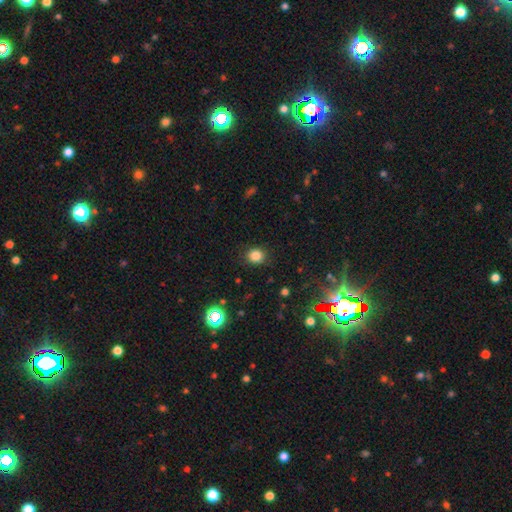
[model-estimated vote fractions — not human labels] smooth_or_featured: smooth (p=0.82) [alt: star or artifact p=0.13]
how_rounded: round (p=0.75) [alt: in between p=0.24]
merging: none (p=0.87) [alt: minor disturbance p=0.09]